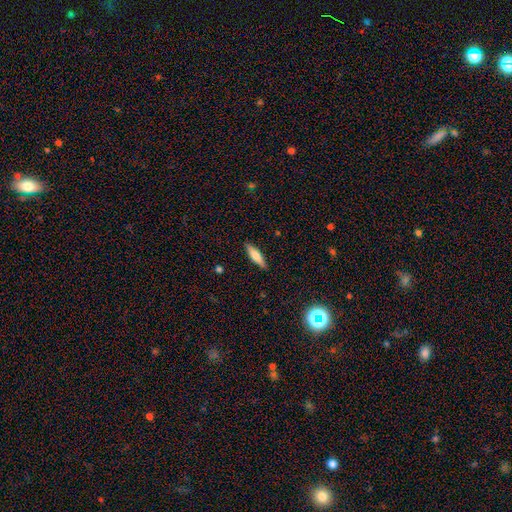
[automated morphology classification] Q: Smooth or featured?
A: smooth (63%); runner-up: featured or disk (31%)
Q: How rounded?
A: cigar-shaped (72%); runner-up: in between (26%)
Q: Merging?
A: none (89%); runner-up: minor disturbance (8%)